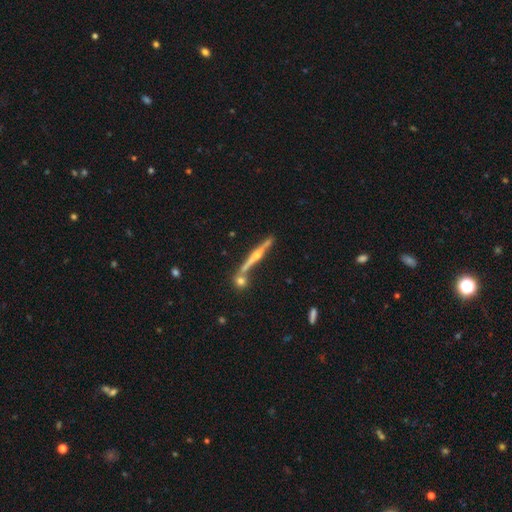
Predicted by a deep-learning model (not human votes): featured or disk 79%, smooth 15%, star or artifact 6%. Down the decision tree: edge-on disk — yes (98%); edge-on bulge — rounded (87%); merging — none (77%).